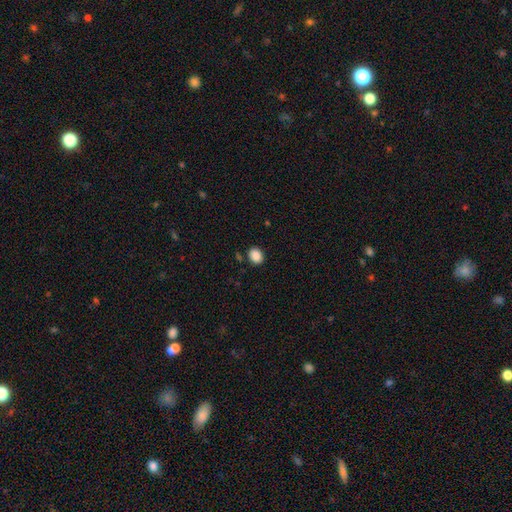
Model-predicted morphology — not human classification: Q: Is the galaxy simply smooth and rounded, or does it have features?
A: smooth — 88%.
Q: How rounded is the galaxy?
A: round — 50%.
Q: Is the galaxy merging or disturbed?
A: none — 85%.